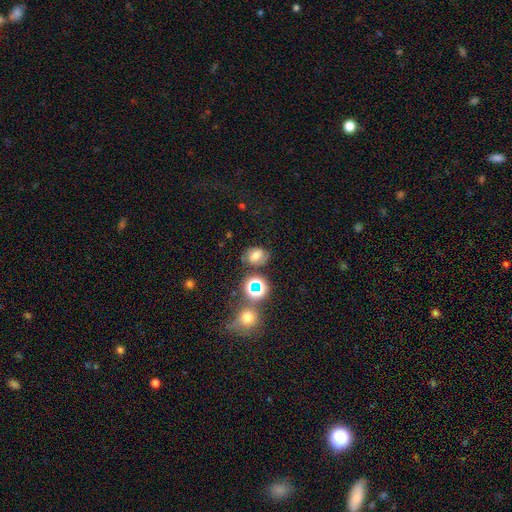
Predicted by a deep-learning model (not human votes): This is possibly a smooth galaxy (52%). How rounded: likely in between (61%). Merging: likely none (69%).